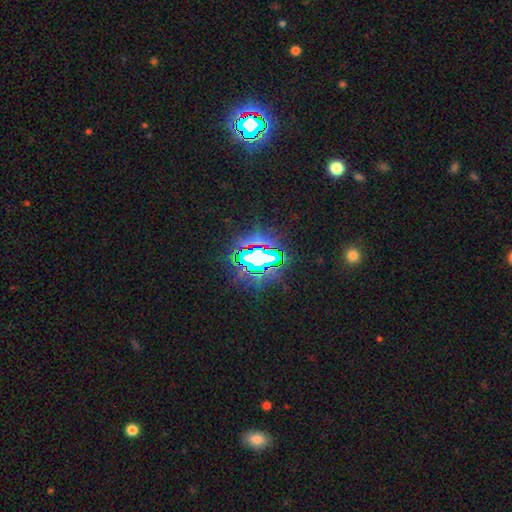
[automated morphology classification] A star or artifact, not a galaxy (78%).

Vote fractions:
- Smooth or featured? star or artifact: 78% / smooth: 11% / featured or disk: 11%